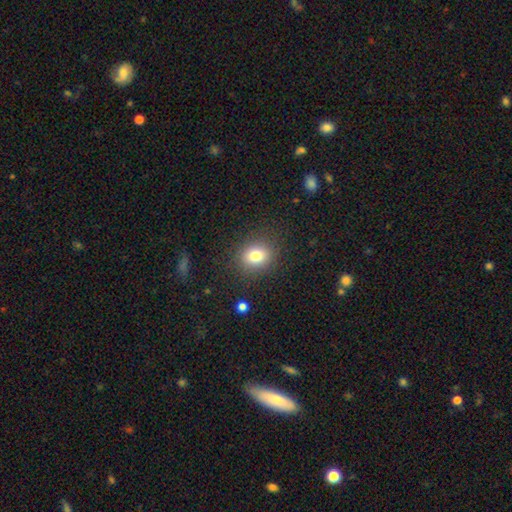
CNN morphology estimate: smooth 80%, star or artifact 12%, featured or disk 9%. Down the decision tree: how rounded — round (64%); merging — none (86%).